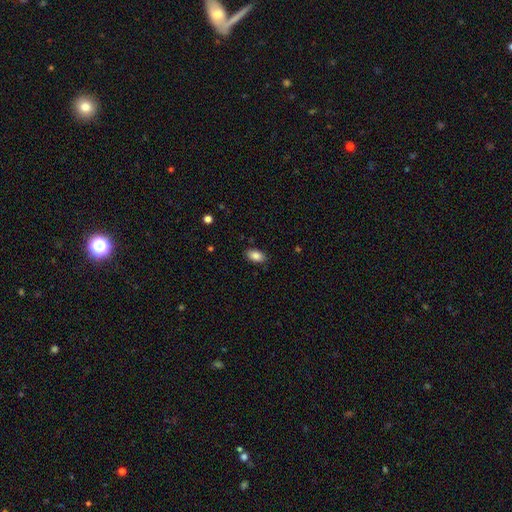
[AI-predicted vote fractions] Smooth or featured? Predicted: smooth (p=0.86). How rounded? Predicted: in between (p=0.92). Merging? Predicted: none (p=0.86).